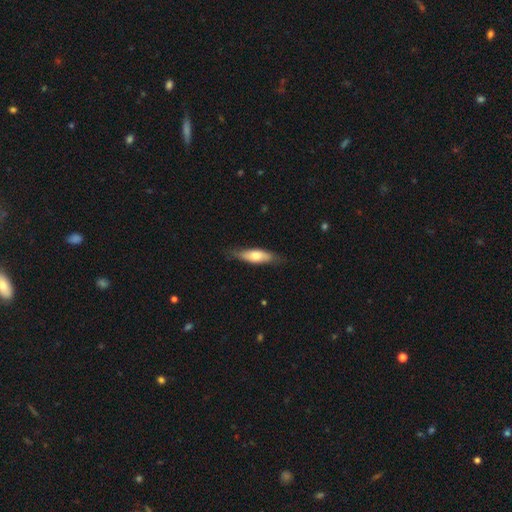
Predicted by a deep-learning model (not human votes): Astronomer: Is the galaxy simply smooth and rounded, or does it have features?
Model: smooth — 63%.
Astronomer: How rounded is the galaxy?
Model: cigar-shaped — 49%, tied with in between at 49%.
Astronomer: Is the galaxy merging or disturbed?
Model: none — 78%.